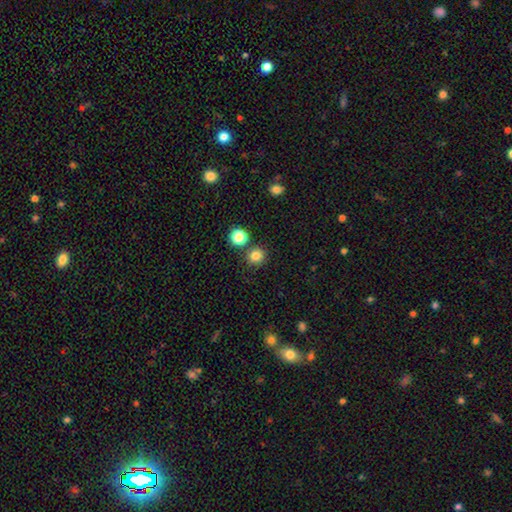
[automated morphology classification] Overall: smooth (81%). How rounded: round (91%). Merging: none (82%).